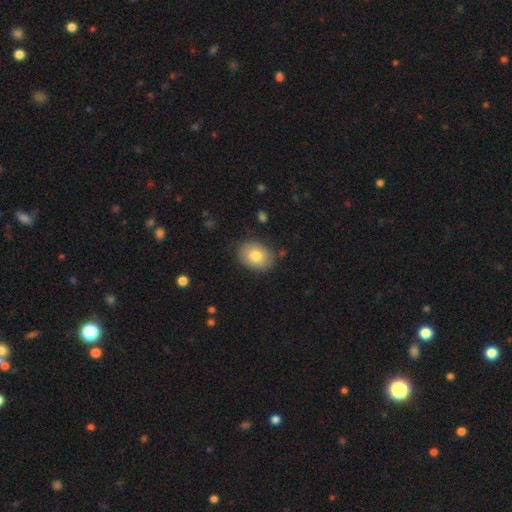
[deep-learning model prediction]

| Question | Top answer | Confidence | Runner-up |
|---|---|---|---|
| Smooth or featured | smooth | 79% | featured or disk (14%) |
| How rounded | in between | 70% | round (29%) |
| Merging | none | 84% | minor disturbance (12%) |